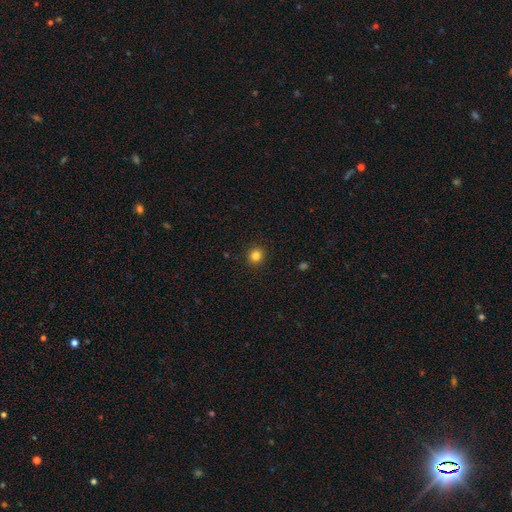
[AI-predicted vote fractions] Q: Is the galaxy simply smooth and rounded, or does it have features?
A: smooth — 83%.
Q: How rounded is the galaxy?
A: round — 92%.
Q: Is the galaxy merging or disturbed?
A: none — 92%.